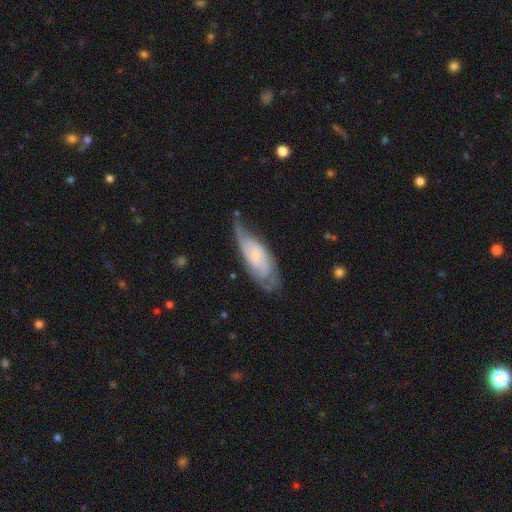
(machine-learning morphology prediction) featured or disk 65%, smooth 29%, star or artifact 6%. Down the decision tree: edge-on disk — no (87%); bar — no (63%); spiral arms — yes (85%); bulge size — small (66%); merging — none (48%).